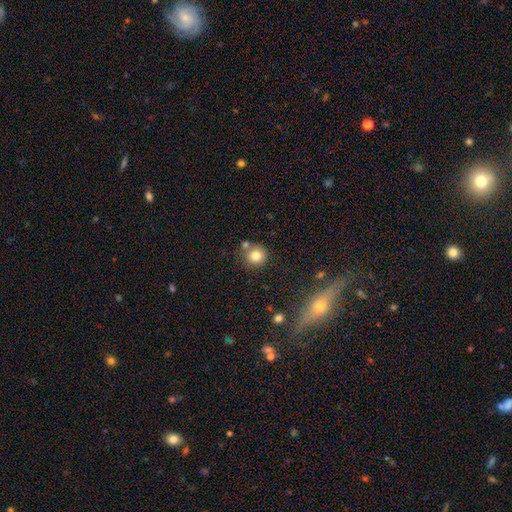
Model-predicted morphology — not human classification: This appears to be a smooth galaxy with no disk features (81%) that is round (91%). Merging: none (70%).